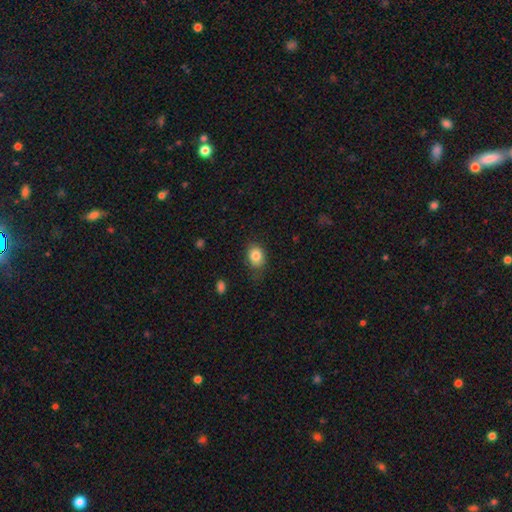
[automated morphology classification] smooth_or_featured: smooth (p=0.83) [alt: star or artifact p=0.09]
how_rounded: in between (p=0.60) [alt: round p=0.39]
merging: none (p=0.72) [alt: minor disturbance p=0.21]